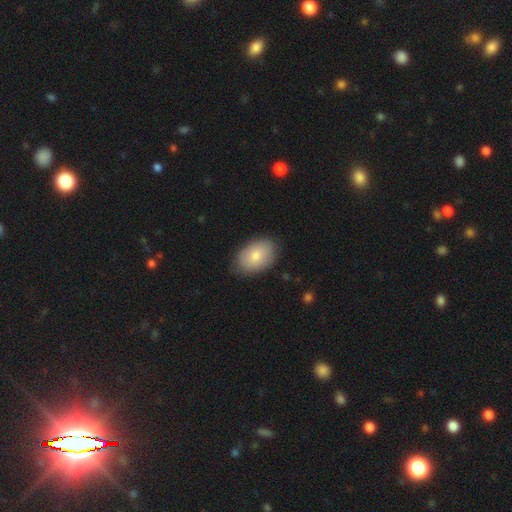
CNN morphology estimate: Smooth or featured? smooth (79%)
How rounded? in between (88%)
Merging? none (83%)